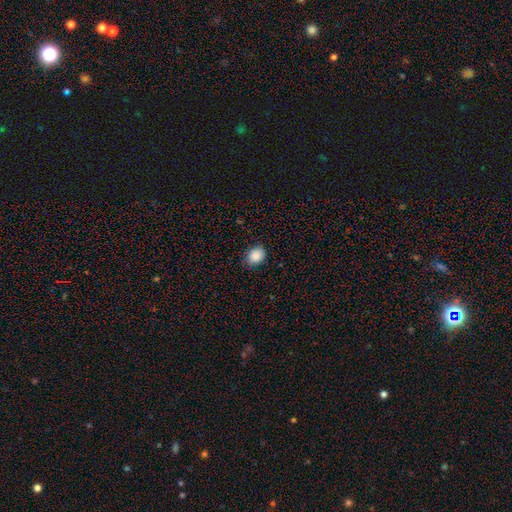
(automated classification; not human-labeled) Smooth or featured: smooth — 88% (star or artifact — 8%)
How rounded: in between — 57% (round — 42%)
Merging: none — 82% (minor disturbance — 14%)